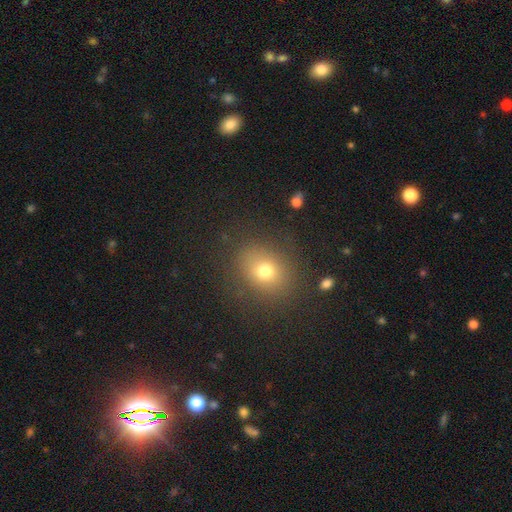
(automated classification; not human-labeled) Smooth or featured: smooth — 59% (star or artifact — 32%)
How rounded: round — 72% (in between — 27%)
Merging: none — 89% (minor disturbance — 7%)